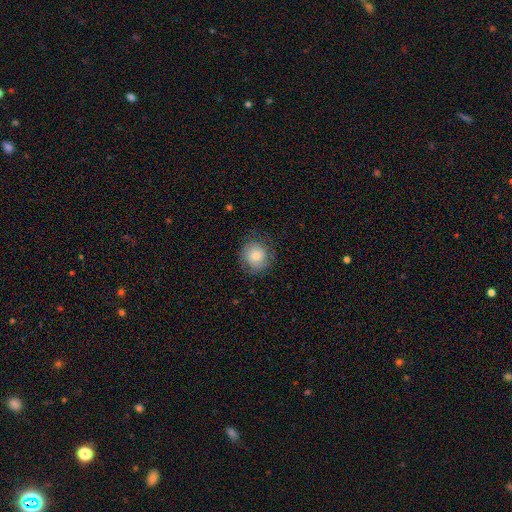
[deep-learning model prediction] smooth-or-featured: smooth: 67% | featured or disk: 25% | star or artifact: 8%
  how-rounded: round: 85% | in between: 14% | cigar-shaped: 1%
  merging: none: 77% | minor disturbance: 15% | major disturbance: 6% | merger: 1%